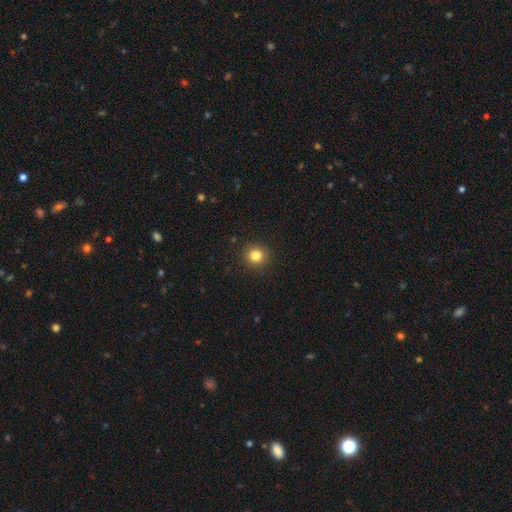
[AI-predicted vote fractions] This appears to be a smooth galaxy with no disk features (83%) that is round (92%). Merging: none (92%).